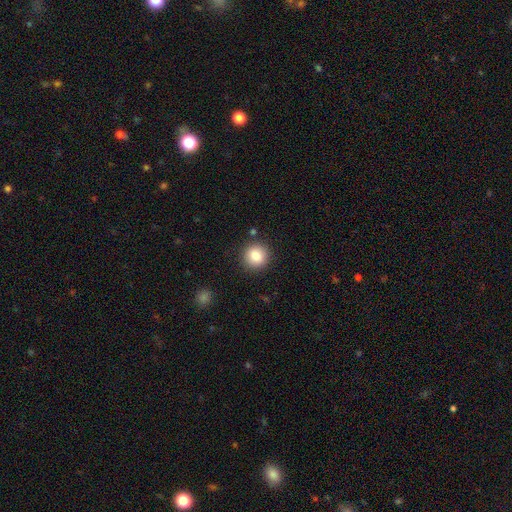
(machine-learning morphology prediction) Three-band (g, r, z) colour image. It shows a smooth galaxy with no disk features (84%) that is round (92%). Merging: none (88%).